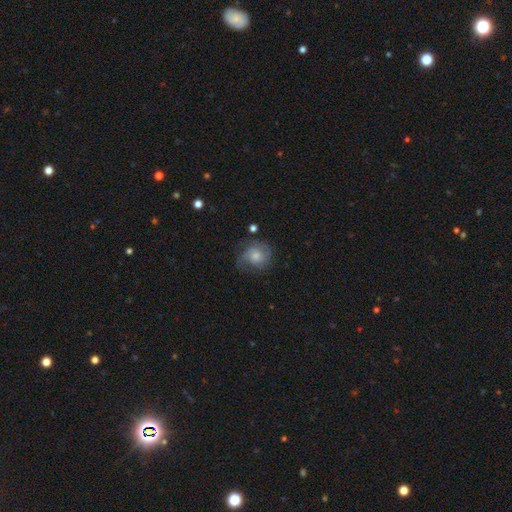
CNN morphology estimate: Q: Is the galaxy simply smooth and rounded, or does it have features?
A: smooth — 51%.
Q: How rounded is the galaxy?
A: round — 77%.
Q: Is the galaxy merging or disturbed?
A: none — 56%.